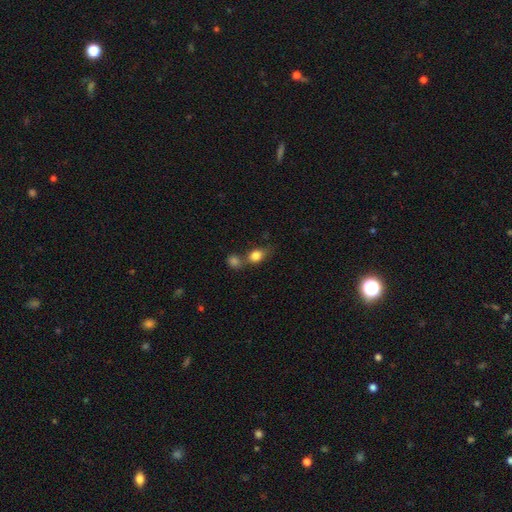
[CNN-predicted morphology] The model was most divided on "merging": merger: 42%, none: 40%, minor disturbance: 12%, major disturbance: 6%. More confident: smooth or featured — smooth (82%); how rounded — in between (59%).